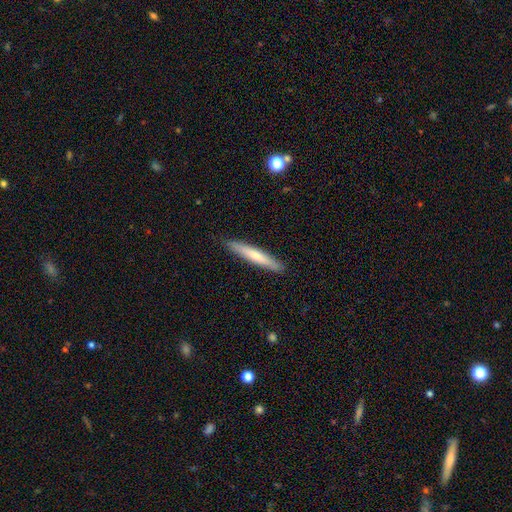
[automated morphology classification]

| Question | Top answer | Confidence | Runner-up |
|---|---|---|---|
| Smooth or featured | smooth | 61% | featured or disk (34%) |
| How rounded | cigar-shaped | 94% | in between (5%) |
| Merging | none | 89% | minor disturbance (8%) |